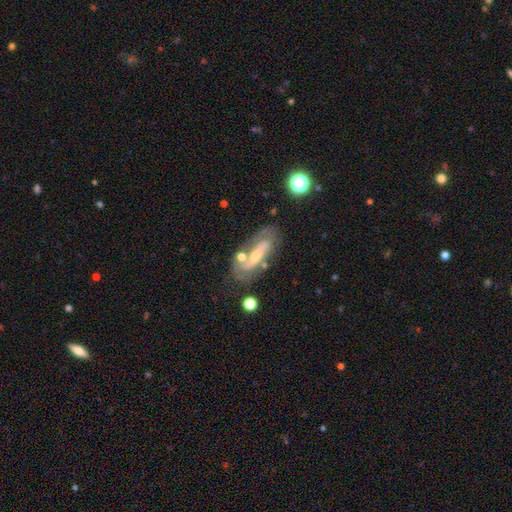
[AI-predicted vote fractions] Overall: featured or disk (74%). Edge-on disk: no (82%). Bar: no (41%; weak 30%). Spiral arms: yes (77%). Bulge size: small (54%; moderate 40%). Merging: none (65%).